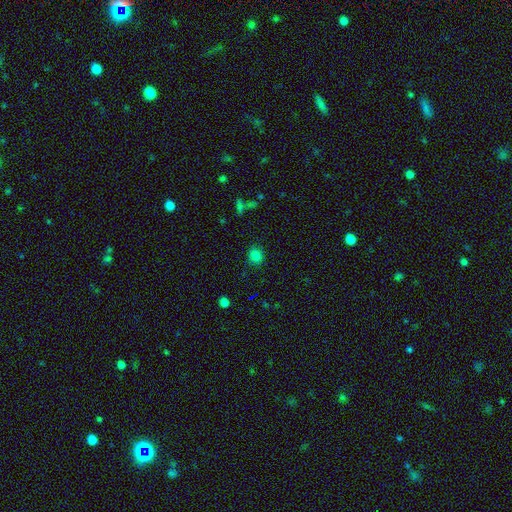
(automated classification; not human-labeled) A smooth galaxy with no disk features (81%) that is round (71%). Merging: none (85%).